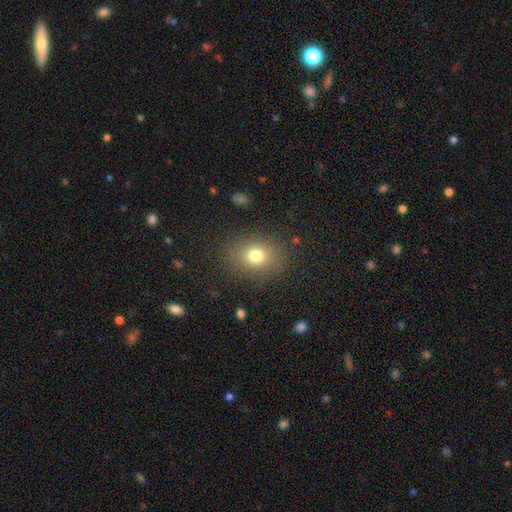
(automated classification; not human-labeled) Smooth or featured? smooth (76%)
How rounded? in between (53%)
Merging? none (83%)